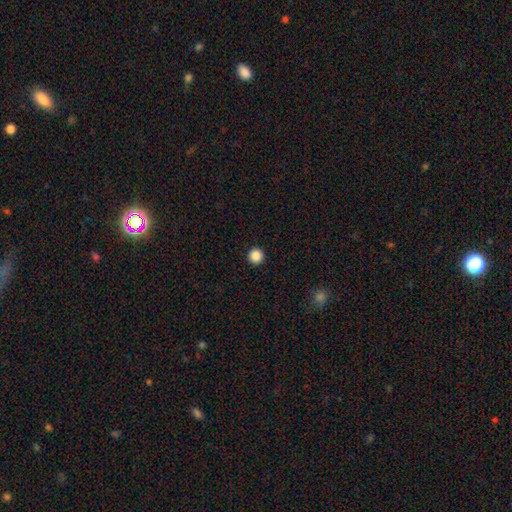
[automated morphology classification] Q: Smooth or featured?
A: smooth (87%); runner-up: star or artifact (10%)
Q: How rounded?
A: round (97%); runner-up: in between (2%)
Q: Merging?
A: none (94%); runner-up: minor disturbance (4%)